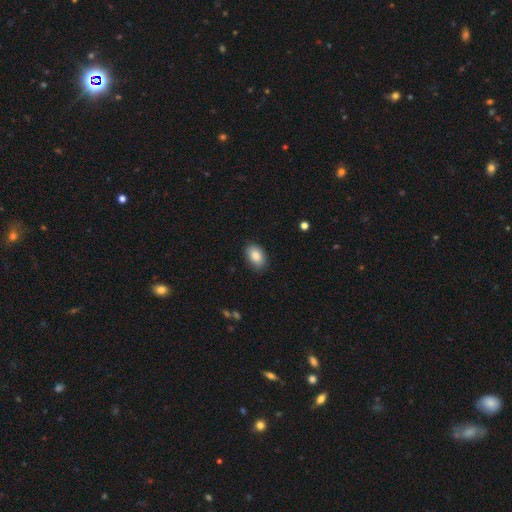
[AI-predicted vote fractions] Smooth or featured?
  - smooth: 86% *
  - star or artifact: 7%
  - featured or disk: 7%
How rounded?
  - in between: 88% *
  - round: 11%
  - cigar-shaped: 1%
Merging?
  - none: 84% *
  - minor disturbance: 12%
  - major disturbance: 2%
  - merger: 1%